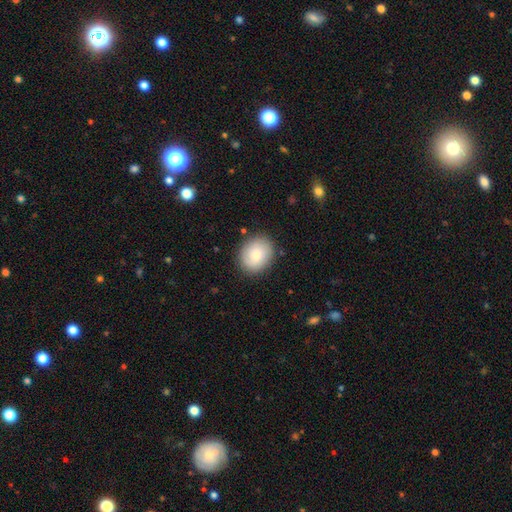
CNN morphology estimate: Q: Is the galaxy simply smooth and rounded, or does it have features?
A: smooth — 77%.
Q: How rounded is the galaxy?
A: round — 58%.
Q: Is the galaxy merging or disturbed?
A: none — 86%.